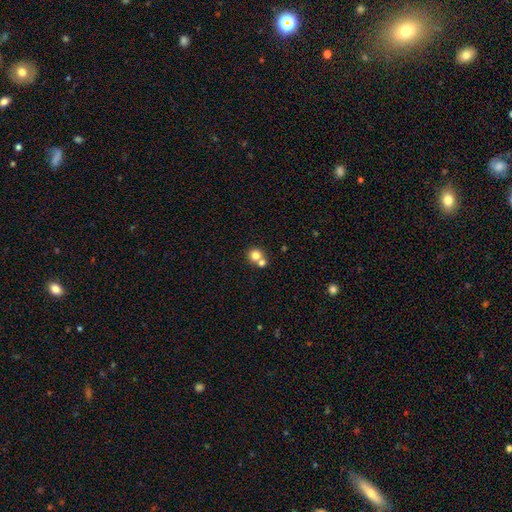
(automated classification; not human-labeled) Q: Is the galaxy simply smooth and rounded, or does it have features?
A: smooth — 78%.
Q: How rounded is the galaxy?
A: round — 87%.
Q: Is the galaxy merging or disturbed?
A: none — 46%, tied with merger.